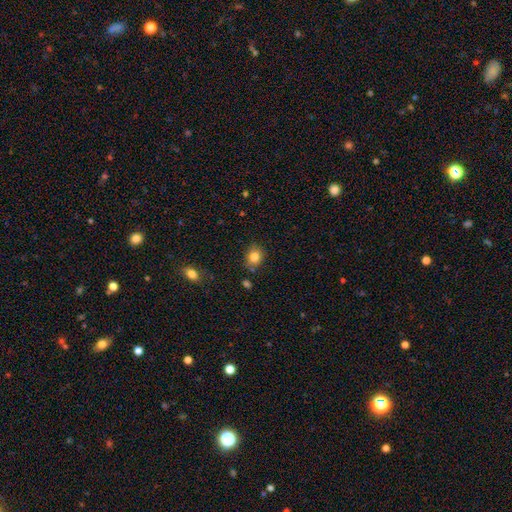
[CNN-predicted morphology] A smooth galaxy with no disk features (82%) that is round (60%). Merging: none (81%).